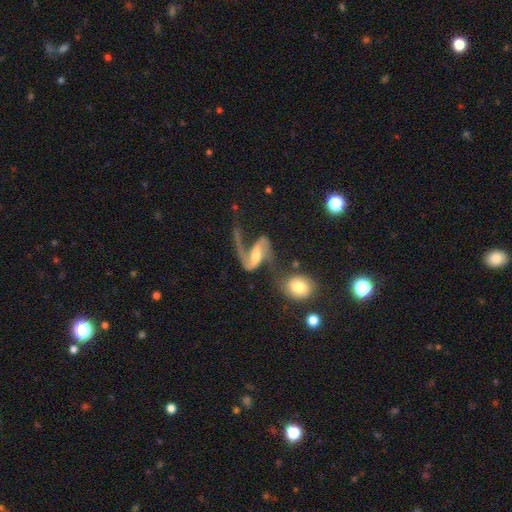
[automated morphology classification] The model was most divided on "merging": merger: 40%, none: 27%, major disturbance: 21%, minor disturbance: 12%. Remaining: edge-on disk — no (90%); spiral arms — yes (67%); smooth or featured — featured or disk (56%); bar — no (55%); bulge size — moderate (44%).